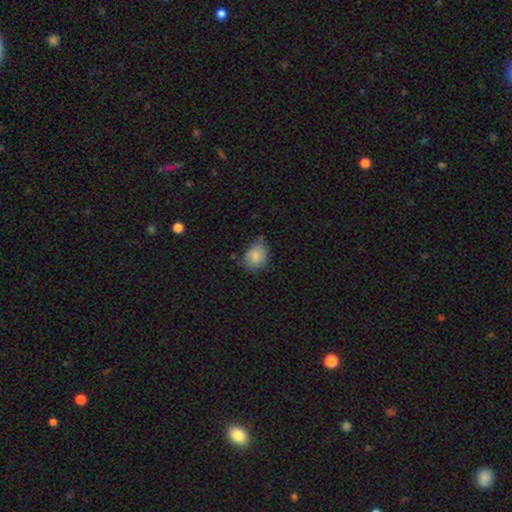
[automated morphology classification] This appears to be a smooth galaxy with no disk features (83%) that is round (51%). Merging: none (56%).